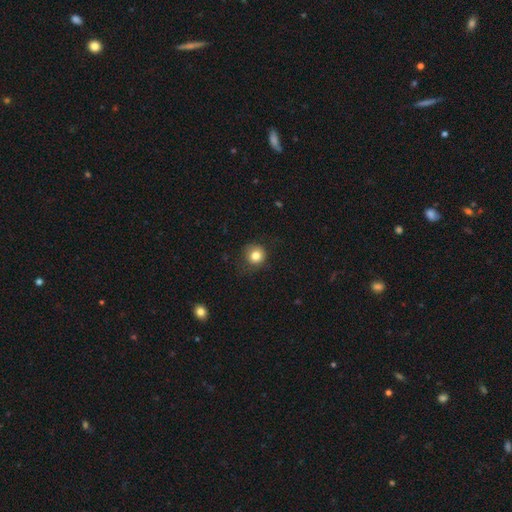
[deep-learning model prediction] Smooth or featured: smooth — 81% (star or artifact — 11%)
How rounded: round — 89% (in between — 10%)
Merging: none — 73% (minor disturbance — 19%)